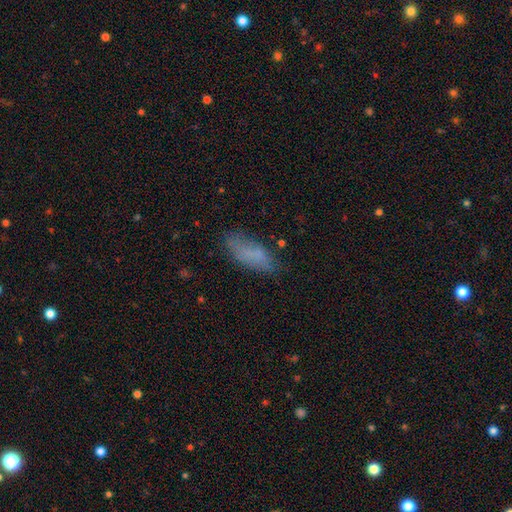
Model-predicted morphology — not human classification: smooth 70%, featured or disk 19%, star or artifact 11%. Down the decision tree: how rounded — in between (70%); merging — none (63%).